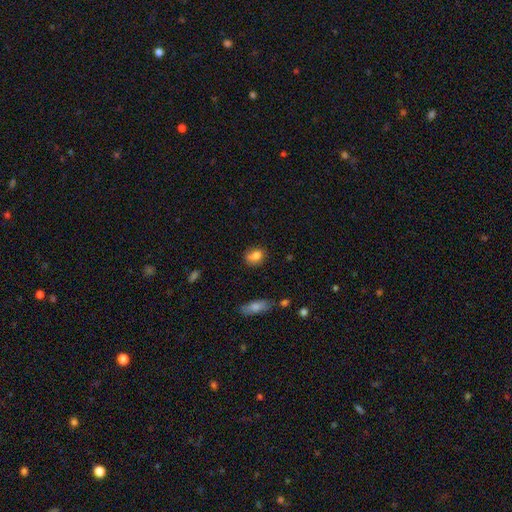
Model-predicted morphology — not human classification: This appears to be a smooth galaxy with no disk features (79%) that is in between round and cigar-shaped (52%). Merging: none (61%).